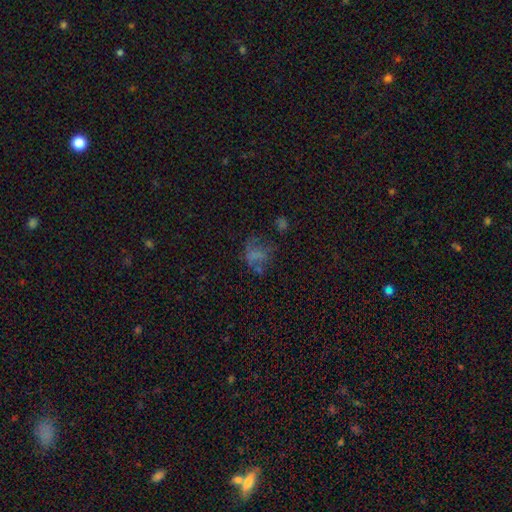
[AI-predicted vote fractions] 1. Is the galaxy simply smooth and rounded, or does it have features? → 50% smooth, 25% featured or disk, 25% star or artifact.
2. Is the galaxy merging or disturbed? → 41% none, 29% major disturbance, 21% minor disturbance, 9% merger.